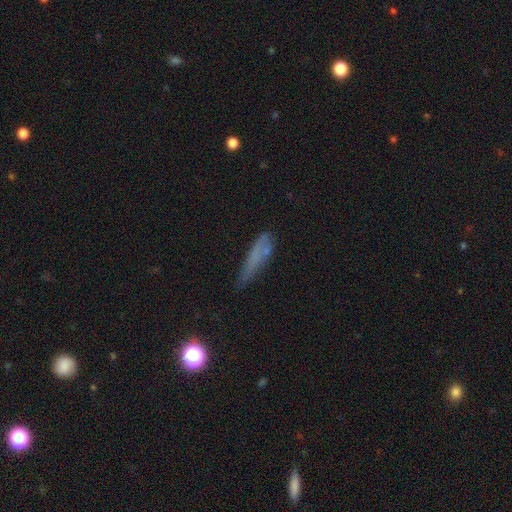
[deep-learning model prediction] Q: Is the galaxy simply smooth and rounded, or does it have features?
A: smooth — 58%.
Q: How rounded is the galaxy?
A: cigar-shaped — 75%.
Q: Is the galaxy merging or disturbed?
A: none — 53%.